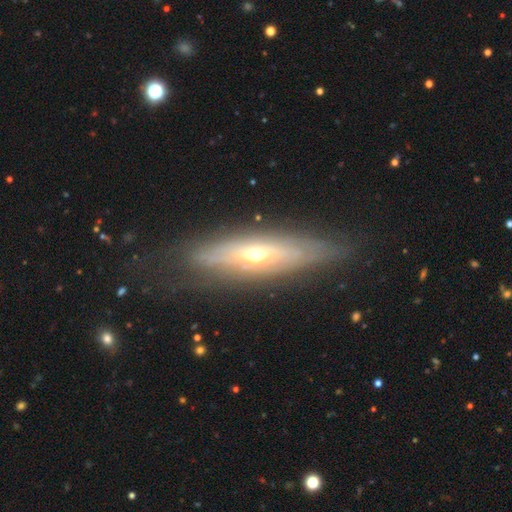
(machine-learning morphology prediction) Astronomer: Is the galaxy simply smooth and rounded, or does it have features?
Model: featured or disk — 67%.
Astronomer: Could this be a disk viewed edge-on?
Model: yes — 67%.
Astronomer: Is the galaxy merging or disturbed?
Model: none — 77%.